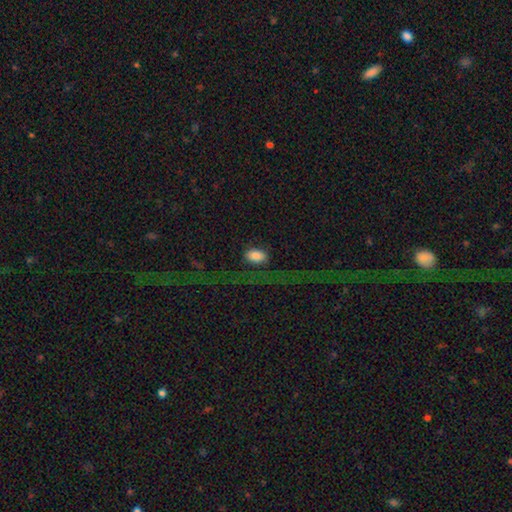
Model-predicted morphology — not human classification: smooth-or-featured: smooth: 81% | featured or disk: 10% | star or artifact: 9%
  how-rounded: in between: 91% | round: 7% | cigar-shaped: 2%
  merging: none: 62% | major disturbance: 20% | minor disturbance: 15% | merger: 3%